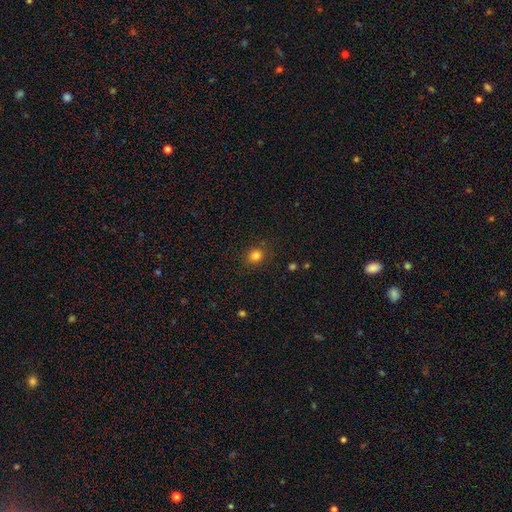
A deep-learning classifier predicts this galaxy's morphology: Smooth or featured?
  - smooth: 81% *
  - star or artifact: 13%
  - featured or disk: 6%
How rounded?
  - round: 77% *
  - in between: 23%
  - cigar-shaped: 1%
Merging?
  - none: 86% *
  - minor disturbance: 10%
  - major disturbance: 3%
  - merger: 1%